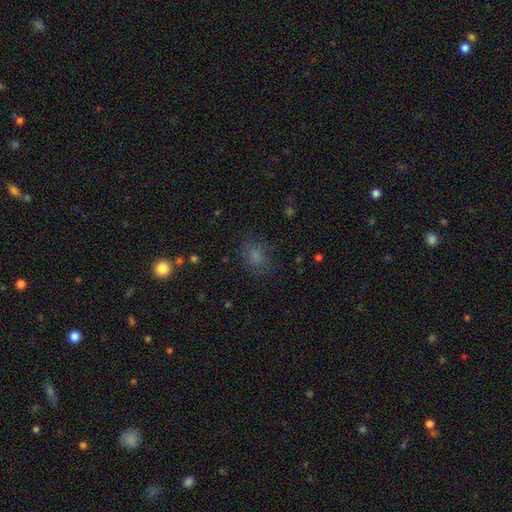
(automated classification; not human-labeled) The model was most divided on "how rounded": in between: 53%, round: 46%, cigar-shaped: 1%. More confident: merging — none (75%); smooth or featured — smooth (74%).